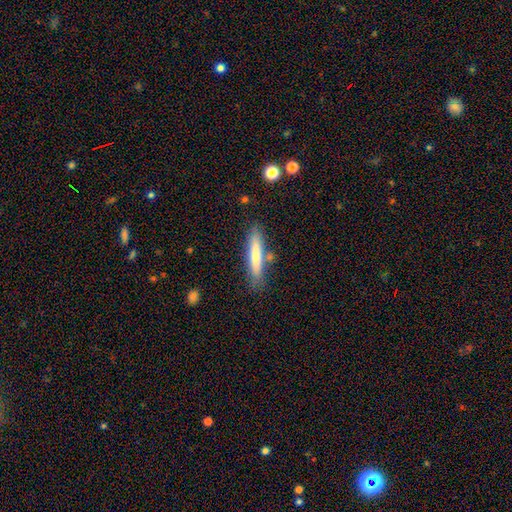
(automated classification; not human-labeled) Overall: smooth (71%). How rounded: cigar-shaped (90%). Merging: none (78%).